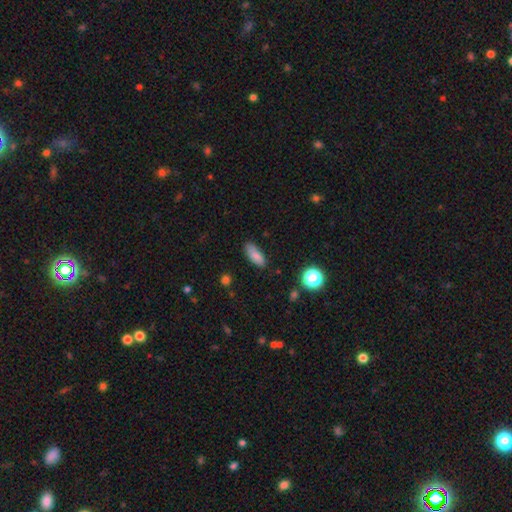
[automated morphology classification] smooth-or-featured: smooth: 83% | star or artifact: 9% | featured or disk: 8%
  how-rounded: in between: 78% | cigar-shaped: 19% | round: 3%
  merging: none: 78% | minor disturbance: 17% | major disturbance: 3% | merger: 2%